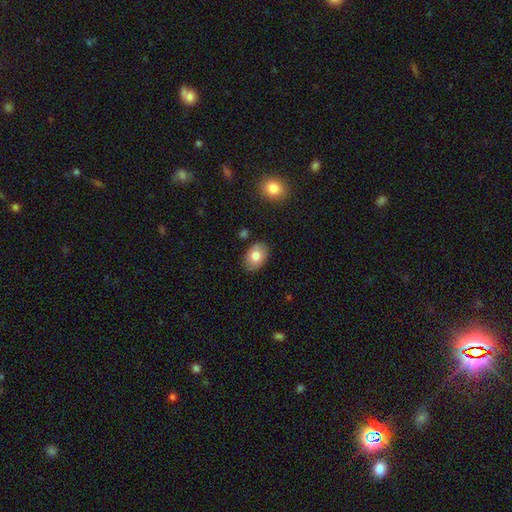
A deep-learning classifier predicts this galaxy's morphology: This is likely a smooth galaxy (79%). How rounded: clearly in between (83%). Merging: clearly none (84%).